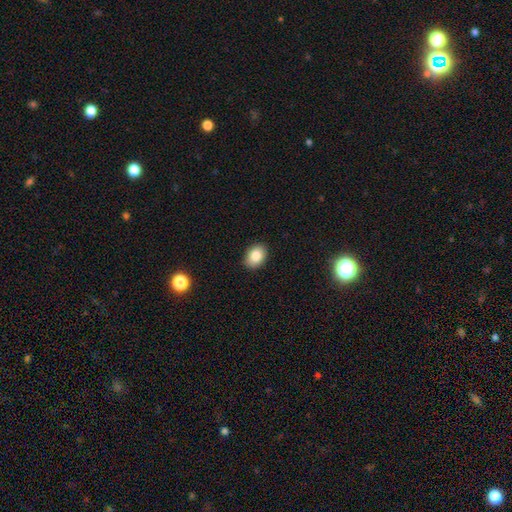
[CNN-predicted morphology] A smooth galaxy with no disk features (85%) that is in between round and cigar-shaped (76%).

Vote fractions:
- Smooth or featured? smooth: 85% / star or artifact: 8% / featured or disk: 6%
- How rounded? in between: 76% / round: 23% / cigar-shaped: 1%
- Merging? none: 89% / minor disturbance: 8% / major disturbance: 2% / merger: 1%